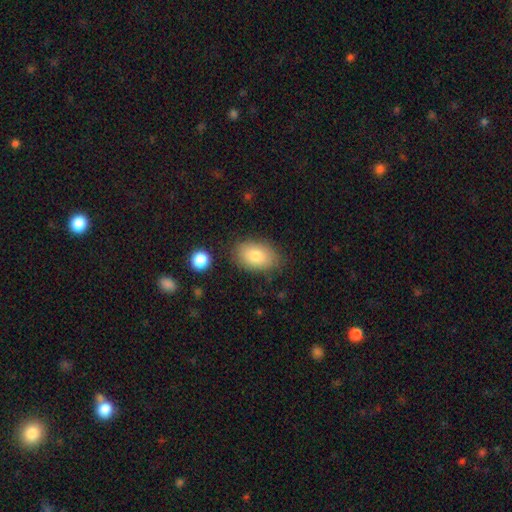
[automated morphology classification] A smooth galaxy with no disk features (81%) that is in between round and cigar-shaped (88%). Merging: none (80%).